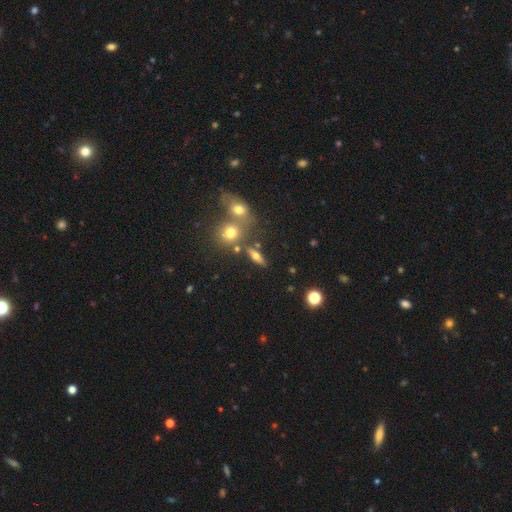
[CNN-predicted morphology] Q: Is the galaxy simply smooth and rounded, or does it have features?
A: smooth — 58%.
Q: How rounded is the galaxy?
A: in between — 55%.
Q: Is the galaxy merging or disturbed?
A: none — 66%.